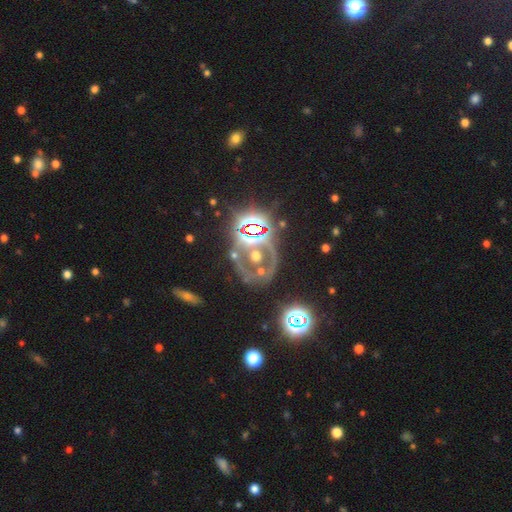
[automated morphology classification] Smooth or featured? featured or disk (42%)
Merging? none (61%)